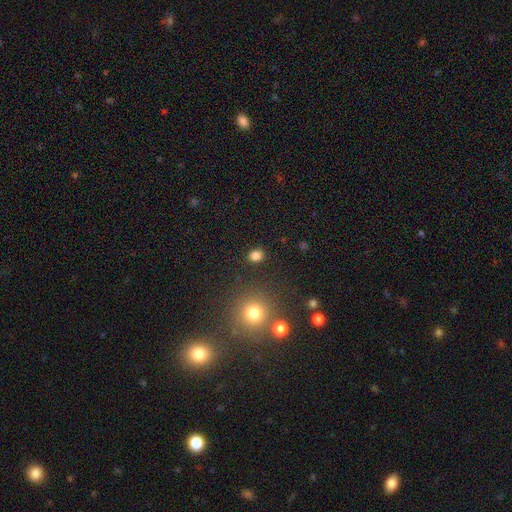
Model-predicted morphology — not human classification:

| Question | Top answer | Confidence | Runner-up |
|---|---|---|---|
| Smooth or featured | smooth | 81% | star or artifact (14%) |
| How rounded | round | 69% | in between (30%) |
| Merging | none | 87% | minor disturbance (8%) |